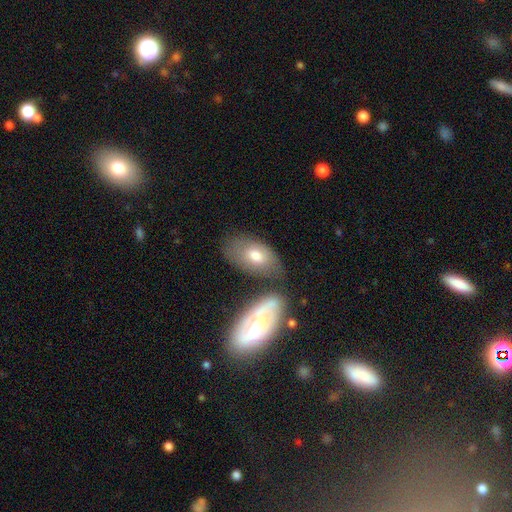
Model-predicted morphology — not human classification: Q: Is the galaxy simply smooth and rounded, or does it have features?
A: smooth — 67%.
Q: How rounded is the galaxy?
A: in between — 91%.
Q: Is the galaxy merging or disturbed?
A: none — 53%.